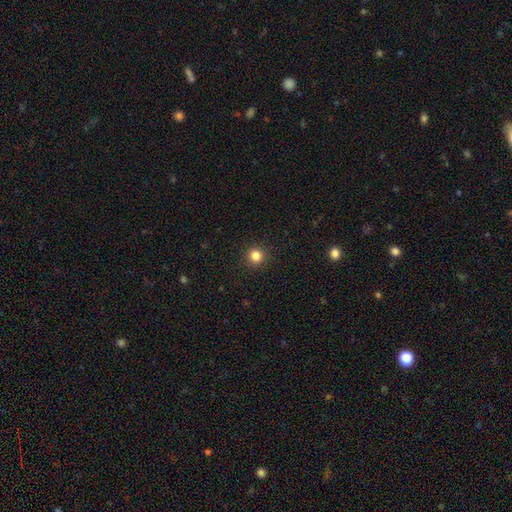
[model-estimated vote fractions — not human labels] A smooth galaxy with no disk features (83%) that is round (93%). Merging: none (92%).